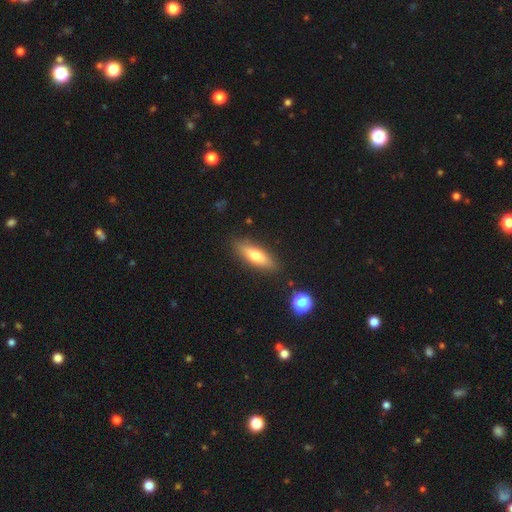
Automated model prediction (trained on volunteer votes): Morphology: type=smooth (64%); roundness=cigar-shaped (52%); merging=none (85%).